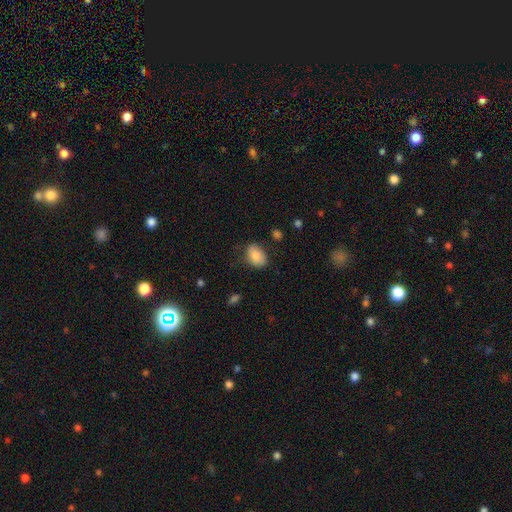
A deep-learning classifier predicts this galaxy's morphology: This is clearly a smooth galaxy (82%). How rounded: clearly in between (80%). Merging: likely none (69%).